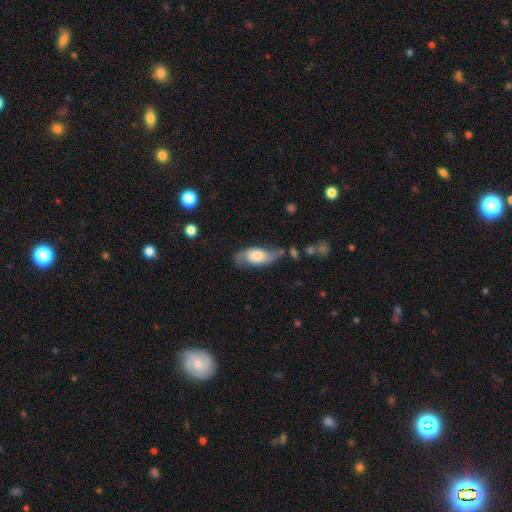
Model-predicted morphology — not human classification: smooth-or-featured: featured or disk: 57% | smooth: 35% | star or artifact: 7%
  disk-edge-on: no: 84% | yes: 16%
  merging: none: 54% | minor disturbance: 27% | major disturbance: 15% | merger: 5%